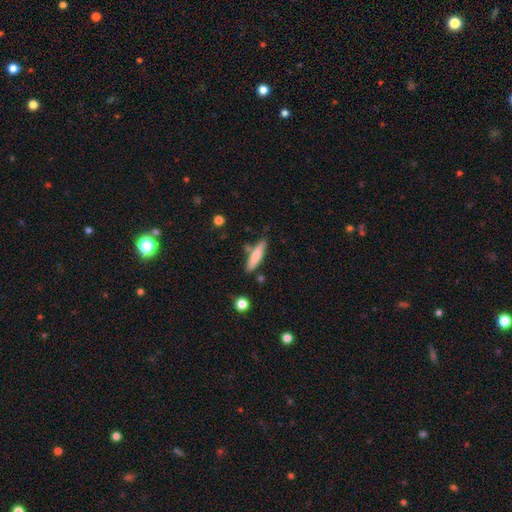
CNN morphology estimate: This is likely a smooth galaxy (73%). How rounded: likely cigar-shaped (77%). Merging: likely none (77%).